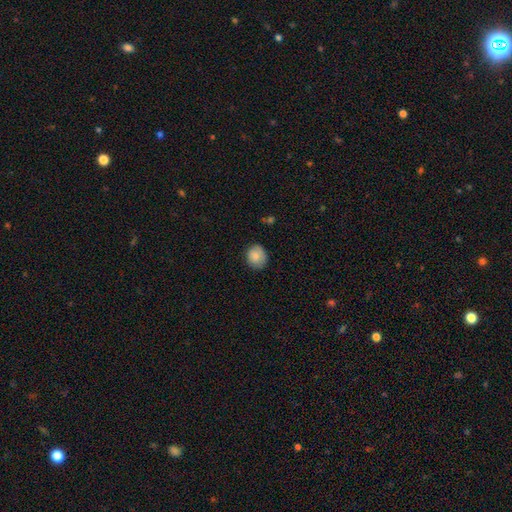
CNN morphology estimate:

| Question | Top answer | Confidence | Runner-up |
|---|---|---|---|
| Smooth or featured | smooth | 85% | star or artifact (8%) |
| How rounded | round | 74% | in between (25%) |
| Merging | none | 79% | minor disturbance (16%) |